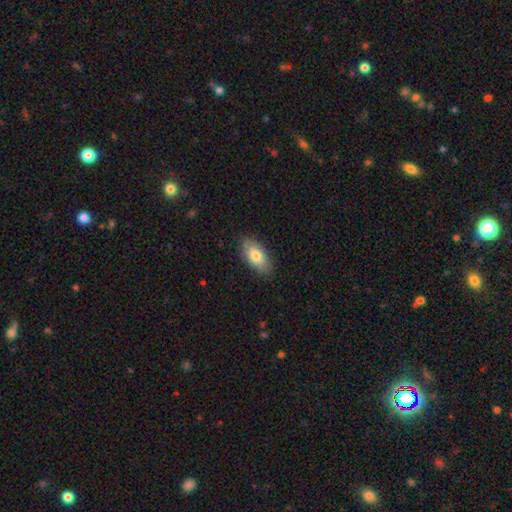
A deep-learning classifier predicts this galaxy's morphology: Q: Smooth or featured?
A: smooth (79%); runner-up: featured or disk (15%)
Q: How rounded?
A: in between (90%); runner-up: cigar-shaped (7%)
Q: Merging?
A: none (86%); runner-up: minor disturbance (11%)